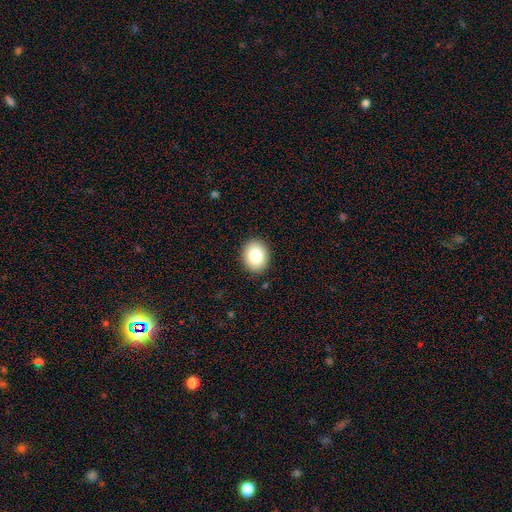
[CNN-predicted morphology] Smooth or featured?
  - smooth: 82% *
  - featured or disk: 9%
  - star or artifact: 9%
How rounded?
  - round: 52% *
  - in between: 48%
  - cigar-shaped: 1%
Merging?
  - none: 90% *
  - minor disturbance: 7%
  - major disturbance: 2%
  - merger: 1%